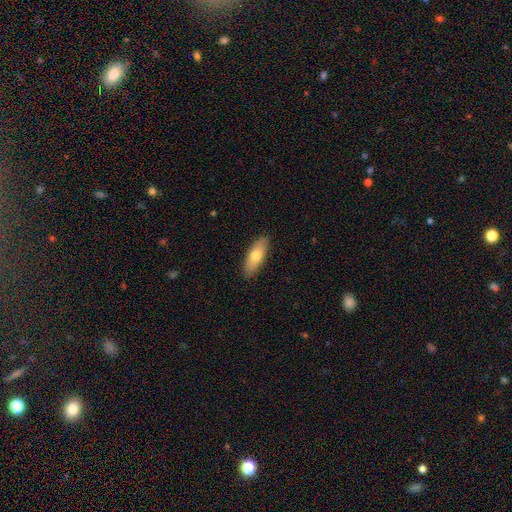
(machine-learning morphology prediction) This is likely a smooth galaxy (72%). How rounded: likely in between (69%). Merging: clearly none (89%).